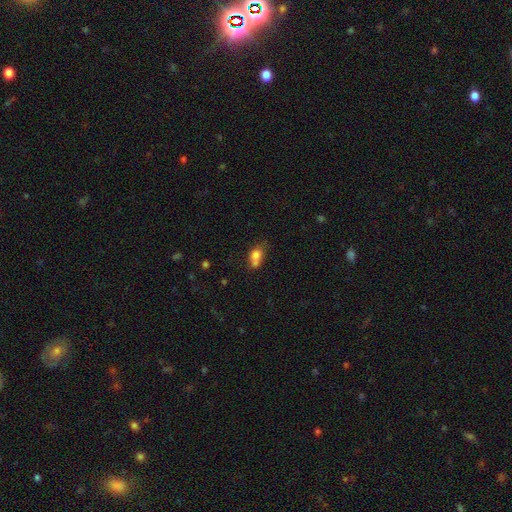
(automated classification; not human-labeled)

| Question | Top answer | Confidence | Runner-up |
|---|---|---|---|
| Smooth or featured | smooth | 74% | featured or disk (14%) |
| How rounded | in between | 66% | round (30%) |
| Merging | merger | 37% | none (32%) |